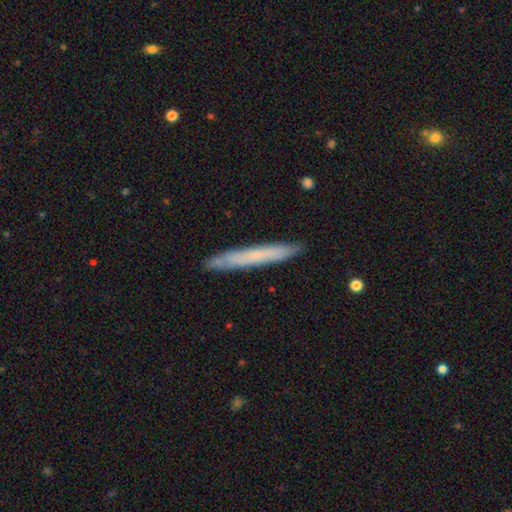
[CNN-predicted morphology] type=smooth (54%); roundness=cigar-shaped (96%); merging=none (87%).